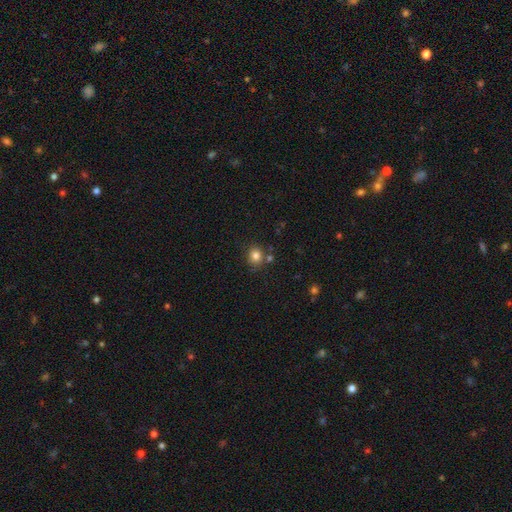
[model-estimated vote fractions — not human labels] smooth_or_featured: smooth (p=0.82) [alt: star or artifact p=0.12]
how_rounded: round (p=0.83) [alt: in between p=0.16]
merging: none (p=0.75) [alt: merger p=0.11]